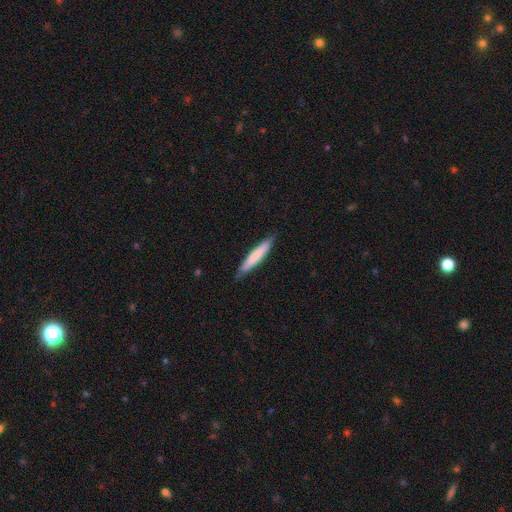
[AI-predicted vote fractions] Smooth or featured? Predicted: smooth (p=0.71). How rounded? Predicted: cigar-shaped (p=0.93). Merging? Predicted: none (p=0.86).